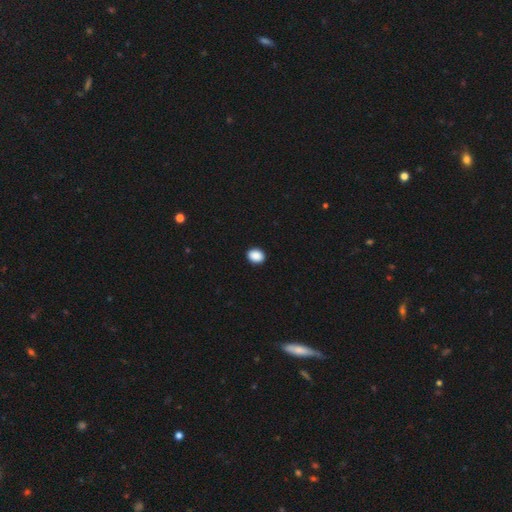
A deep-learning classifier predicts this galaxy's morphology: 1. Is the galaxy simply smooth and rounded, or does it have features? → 90% smooth, 8% star or artifact, 2% featured or disk.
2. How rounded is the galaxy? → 56% in between, 43% round, 1% cigar-shaped.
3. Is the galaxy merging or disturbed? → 92% none, 6% minor disturbance, 1% major disturbance, 1% merger.